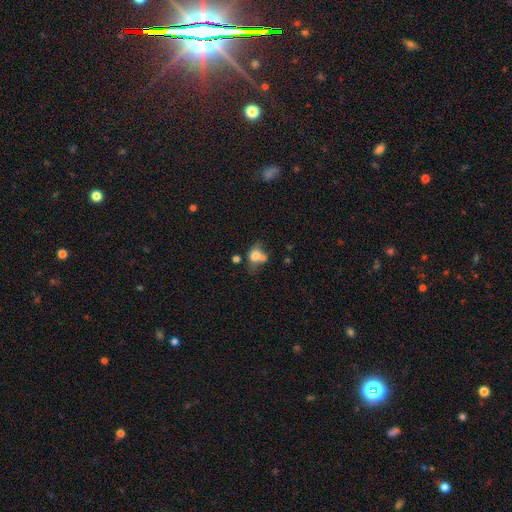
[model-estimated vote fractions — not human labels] The model was most divided on "how rounded": in between: 52%, round: 46%, cigar-shaped: 2%. Remaining: smooth or featured — smooth (70%); merging — merger (39%).